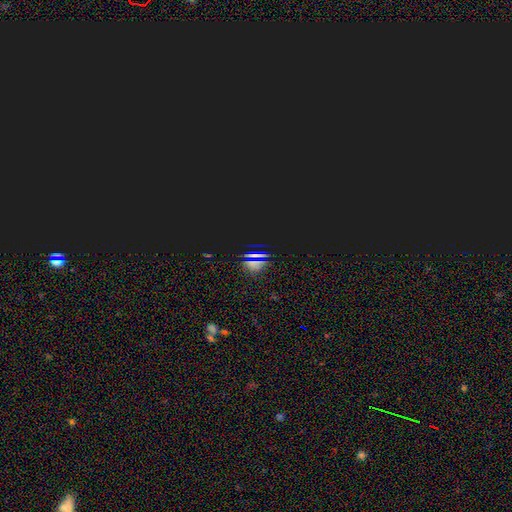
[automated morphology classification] Smooth or featured? Predicted: star or artifact (p=0.76).